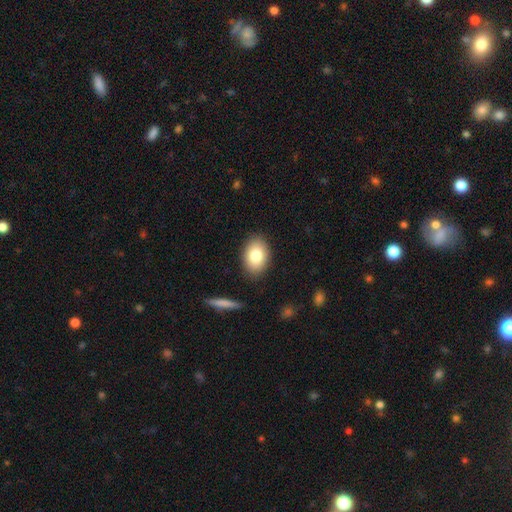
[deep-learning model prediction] This appears to be a smooth galaxy with no disk features (81%) that is in between round and cigar-shaped (83%). Merging: none (87%).